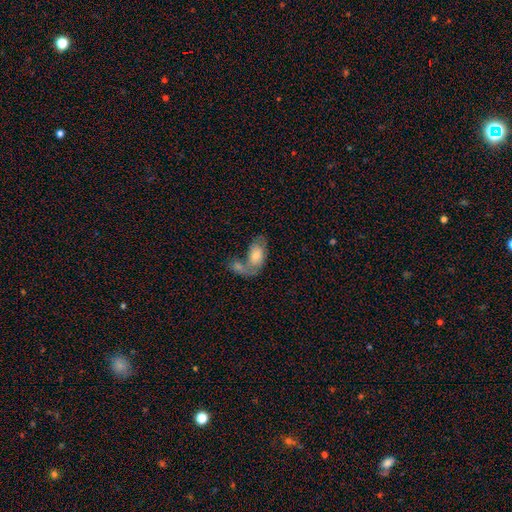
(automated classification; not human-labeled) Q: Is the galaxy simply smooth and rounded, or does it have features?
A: smooth — 58%.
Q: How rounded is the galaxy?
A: in between — 89%.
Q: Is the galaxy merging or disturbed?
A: merger — 57%.